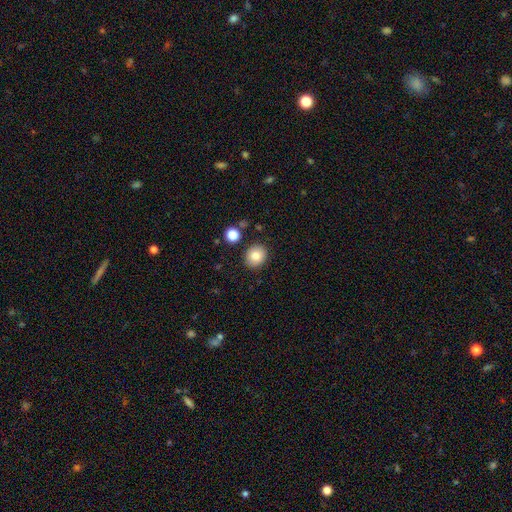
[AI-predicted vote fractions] Smooth or featured? Predicted: smooth (p=0.83). How rounded? Predicted: round (p=0.75). Merging? Predicted: none (p=0.88).